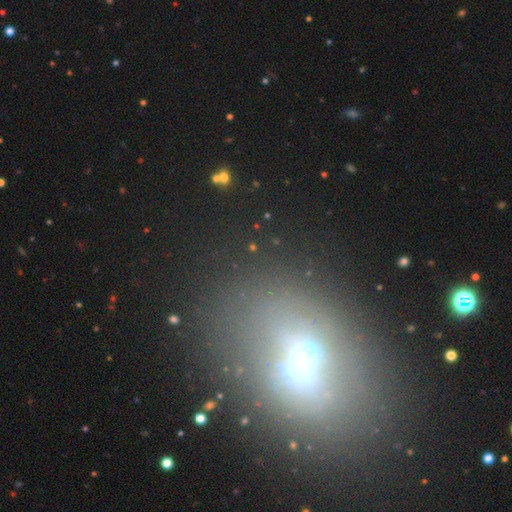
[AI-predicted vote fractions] Smooth or featured? Predicted: smooth (p=0.40). Merging? Predicted: none (p=0.67).